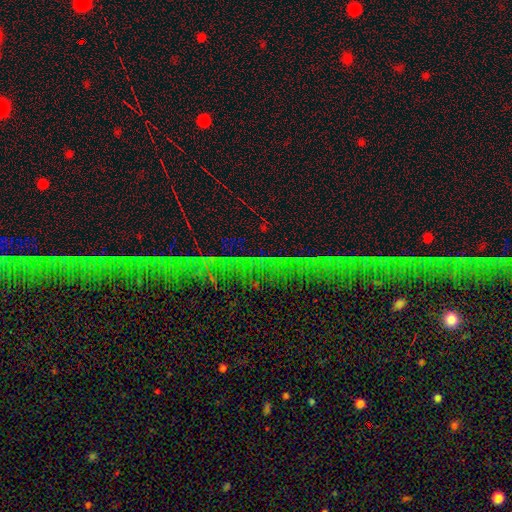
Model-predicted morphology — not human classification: type=star or artifact (78%).